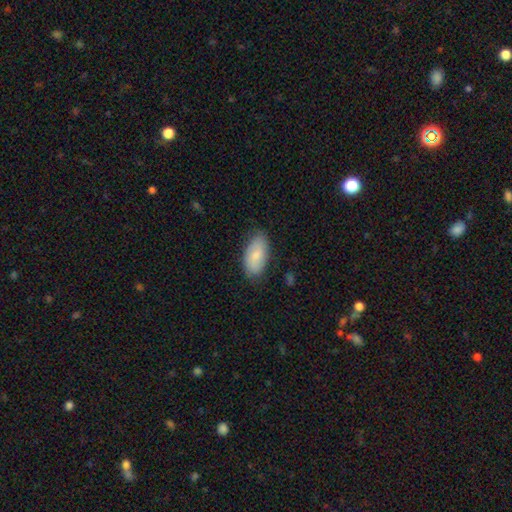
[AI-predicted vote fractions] smooth-or-featured: smooth: 78% | featured or disk: 16% | star or artifact: 6%
  how-rounded: in between: 94% | cigar-shaped: 3% | round: 3%
  merging: none: 77% | minor disturbance: 18% | major disturbance: 3% | merger: 1%